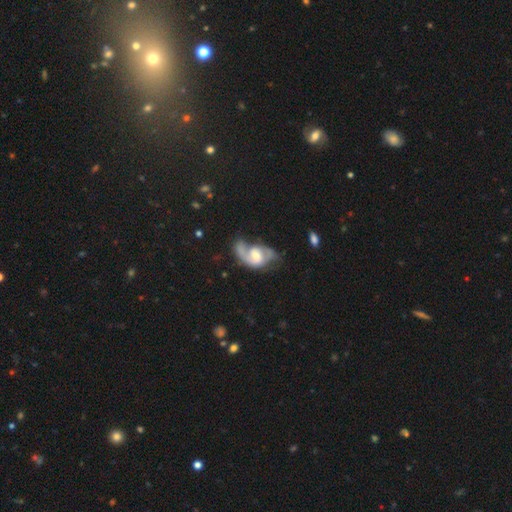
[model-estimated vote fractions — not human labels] featured or disk 79%, smooth 16%, star or artifact 5%. Down the decision tree: edge-on disk — no (97%); bar — no (50%); spiral arms — yes (91%); spiral arm count — 2 (65%); spiral winding — medium (44%); bulge size — moderate (57%); merging — none (42%).